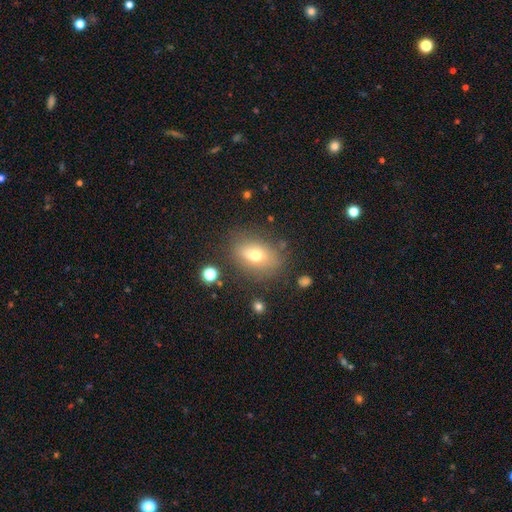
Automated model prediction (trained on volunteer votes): smooth 65%, featured or disk 23%, star or artifact 12%. Down the decision tree: how rounded — in between (79%); merging — none (75%).